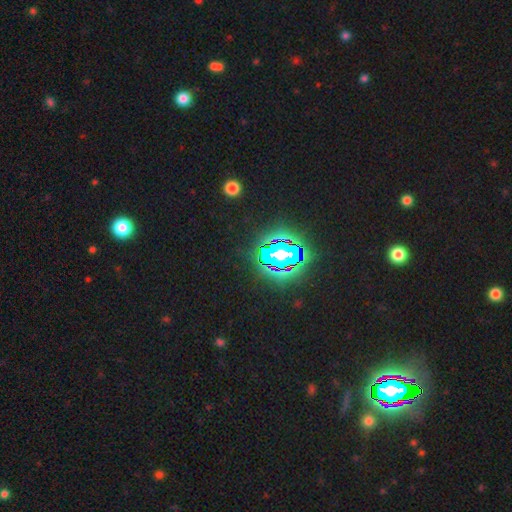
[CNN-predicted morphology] smooth_or_featured: star or artifact (p=0.74) [alt: smooth p=0.14]